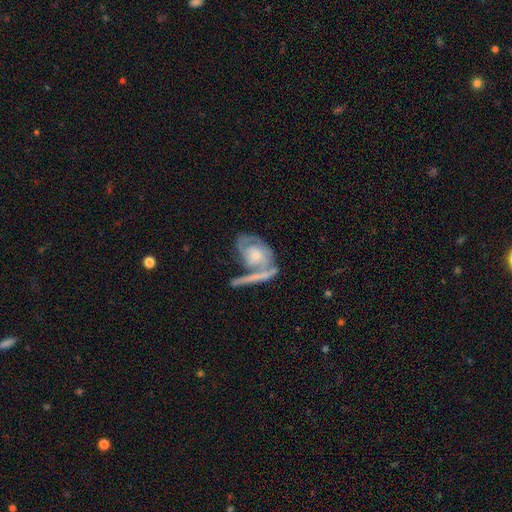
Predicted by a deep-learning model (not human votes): Smooth or featured? featured or disk (75%)
Edge-on disk? no (92%)
Bar? no (72%)
Spiral arms? yes (85%)
Spiral winding? tight (52%)
Spiral arm count? 2 (52%)
Bulge size? small (51%)
Merging? none (38%)